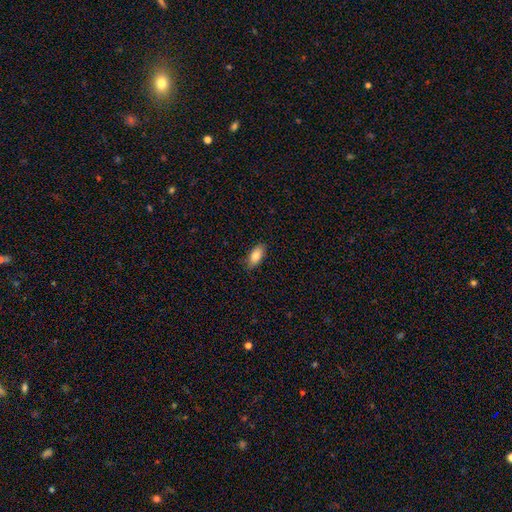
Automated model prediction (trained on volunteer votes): smooth-or-featured: smooth: 82% | featured or disk: 11% | star or artifact: 7%
  how-rounded: in between: 88% | cigar-shaped: 9% | round: 3%
  merging: none: 86% | minor disturbance: 11% | major disturbance: 2% | merger: 1%